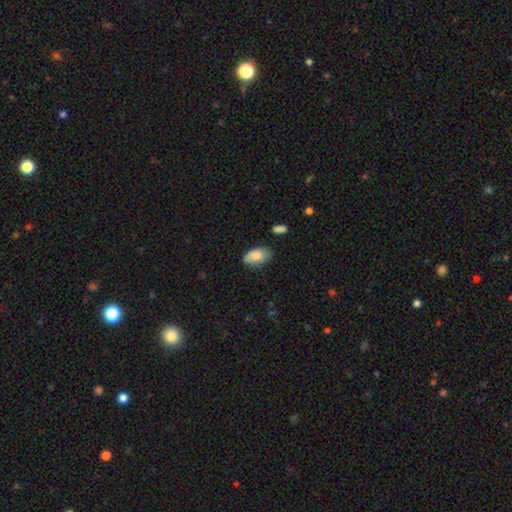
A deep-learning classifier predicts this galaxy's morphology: Overall: smooth (84%). How rounded: in between (93%). Merging: none (64%; minor disturbance 28%).